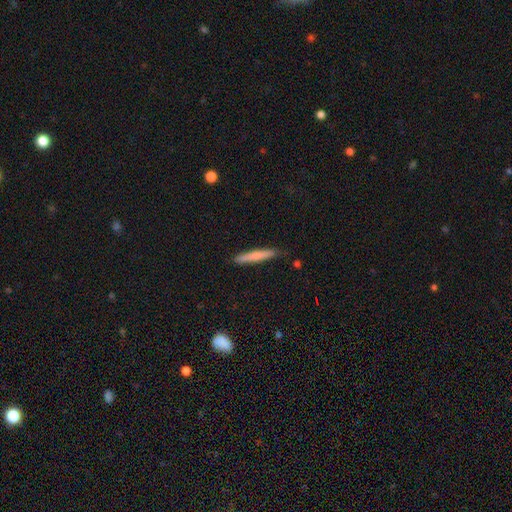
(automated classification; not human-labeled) smooth_or_featured: smooth (p=0.71) [alt: featured or disk p=0.23]
how_rounded: cigar-shaped (p=0.95) [alt: in between p=0.04]
merging: none (p=0.87) [alt: minor disturbance p=0.10]